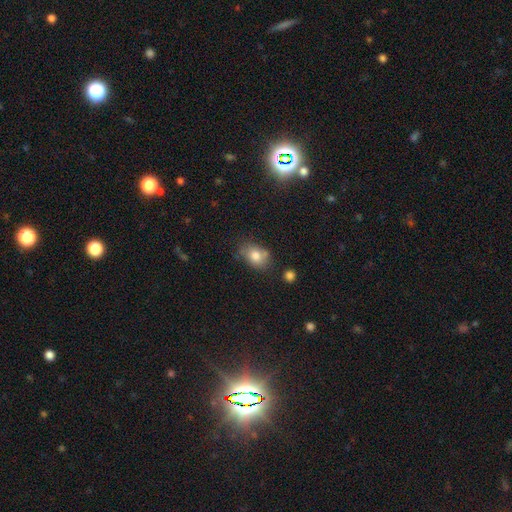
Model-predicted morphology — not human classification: Q: Smooth or featured?
A: smooth (78%); runner-up: featured or disk (12%)
Q: How rounded?
A: in between (72%); runner-up: round (27%)
Q: Merging?
A: none (62%); runner-up: minor disturbance (23%)